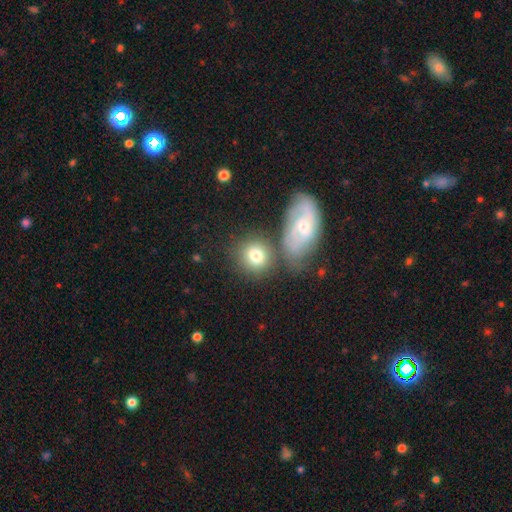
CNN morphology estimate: This is likely a smooth galaxy (72%). How rounded: likely round (74%). Merging: possibly none (58%).